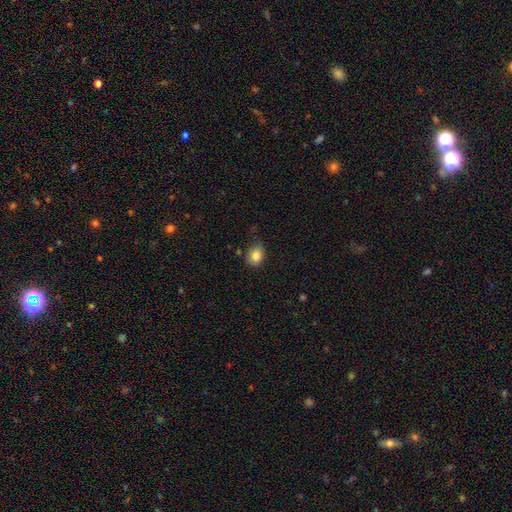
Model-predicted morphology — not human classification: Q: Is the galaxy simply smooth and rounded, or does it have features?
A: smooth — 85%.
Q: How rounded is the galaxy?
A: in between — 56%.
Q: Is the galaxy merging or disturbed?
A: none — 70%.